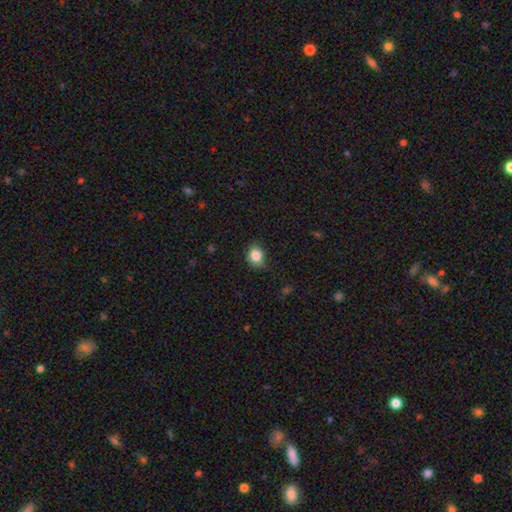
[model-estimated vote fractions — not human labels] Overall: smooth (85%). How rounded: round (58%; in between 41%). Merging: none (77%).